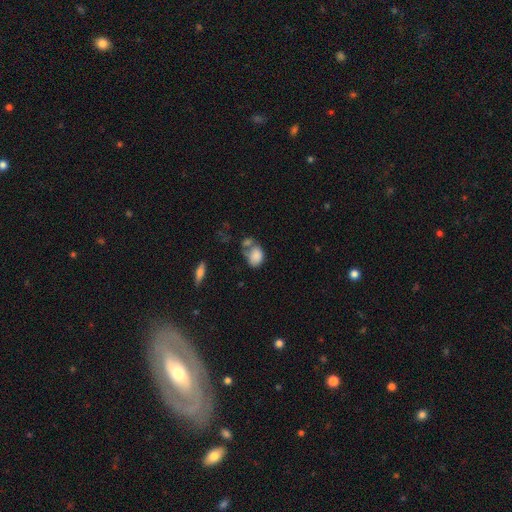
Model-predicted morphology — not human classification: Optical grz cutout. It shows a smooth galaxy with no disk features (82%) that is in between round and cigar-shaped (72%). Merging: merger (37%).